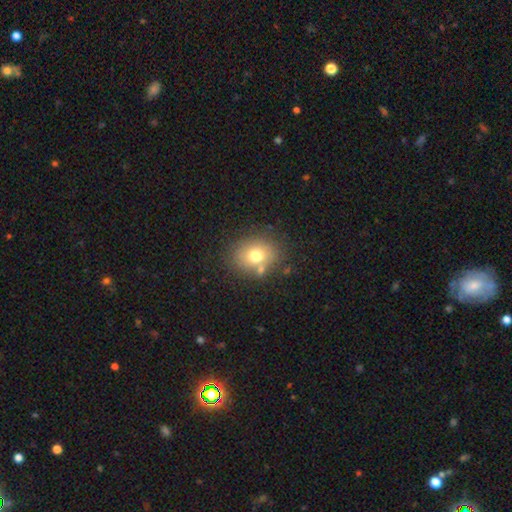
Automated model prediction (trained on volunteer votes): This appears to be a smooth galaxy with no disk features (71%) that is round (53%). Merging: none (72%).